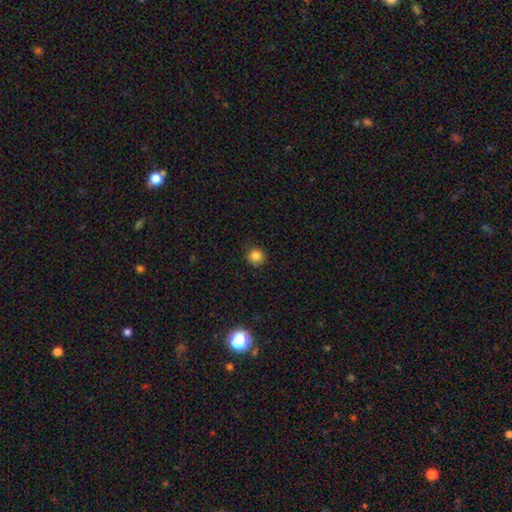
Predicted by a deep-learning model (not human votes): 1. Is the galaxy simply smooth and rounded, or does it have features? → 84% smooth, 12% star or artifact, 4% featured or disk.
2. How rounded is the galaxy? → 88% round, 11% in between, 1% cigar-shaped.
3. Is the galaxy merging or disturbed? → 87% none, 10% minor disturbance, 2% major disturbance, 1% merger.